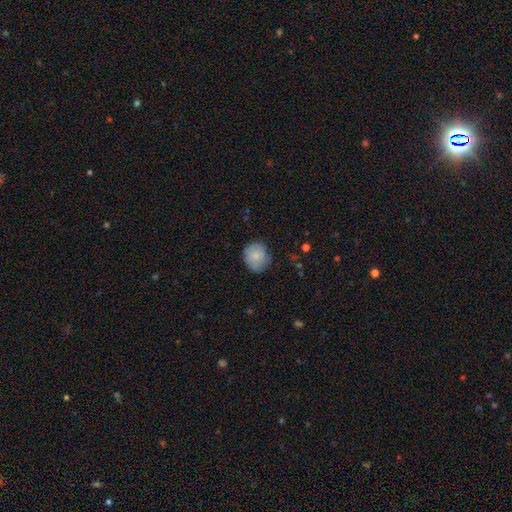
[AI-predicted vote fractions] Smooth or featured? smooth (79%)
How rounded? round (80%)
Merging? none (76%)